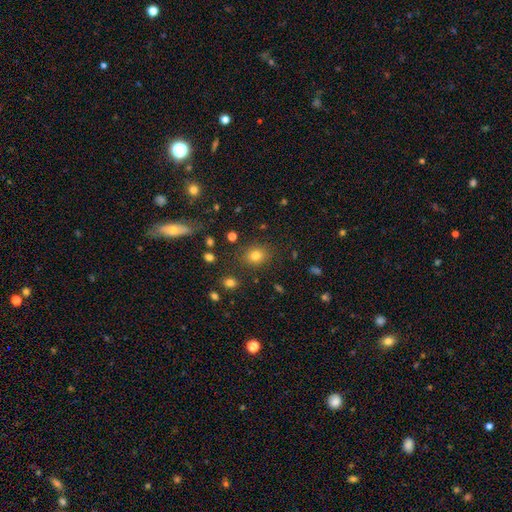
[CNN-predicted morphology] smooth-or-featured: smooth: 78% | star or artifact: 14% | featured or disk: 7%
  how-rounded: round: 61% | in between: 38% | cigar-shaped: 1%
  merging: none: 83% | minor disturbance: 10% | major disturbance: 4% | merger: 3%